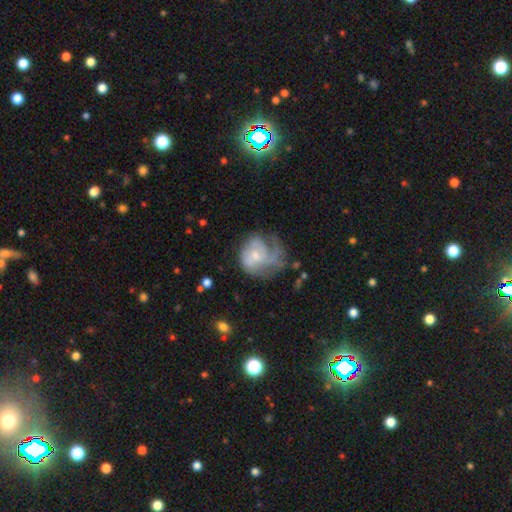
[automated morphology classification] This is possibly a featured or disk galaxy (60%). It is clearly not viewed edge-on (98%). Bar: likely no (70%). Spiral arm pattern: likely yes (69%). Central bulge: possibly small (50%). Merging: marginally major disturbance (44%).